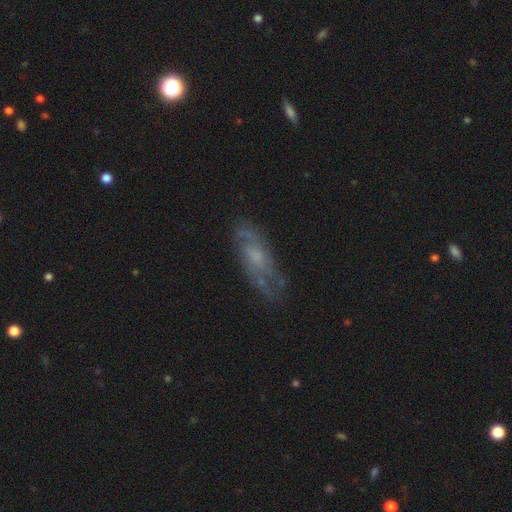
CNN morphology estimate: smooth-or-featured: featured or disk: 66% | smooth: 26% | star or artifact: 8%
  disk-edge-on: no: 85% | yes: 15%
    bar: no: 65% | weak: 31% | strong: 4%
    has-spiral-arms: yes: 79% | no: 21%
    bulge-size: small: 39% (tied) | moderate: 39% (tied) | none: 16% | large: 5% | dominant: 1%
  merging: none: 71% | minor disturbance: 20% | major disturbance: 8% | merger: 2%